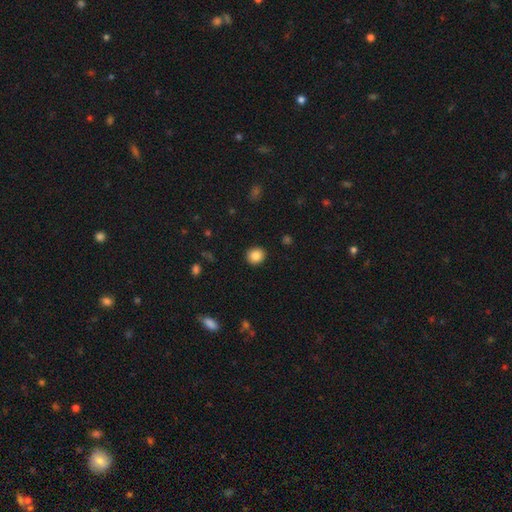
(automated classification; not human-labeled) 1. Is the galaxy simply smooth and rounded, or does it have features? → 85% smooth, 9% star or artifact, 5% featured or disk.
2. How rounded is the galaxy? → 85% round, 14% in between, 1% cigar-shaped.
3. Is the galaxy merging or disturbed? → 92% none, 6% minor disturbance, 2% major disturbance, 1% merger.